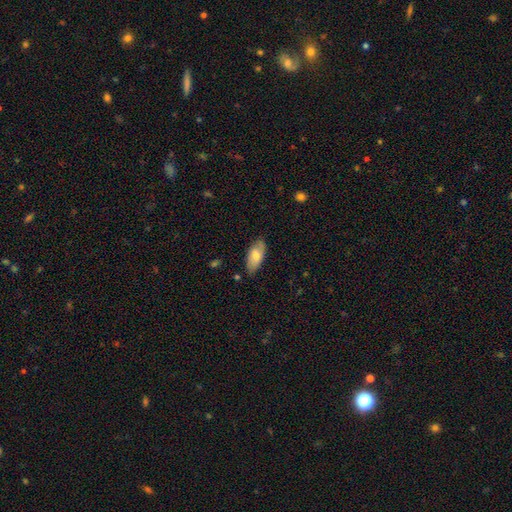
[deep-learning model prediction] The model was most divided on "smooth or featured": smooth: 71%, featured or disk: 23%, star or artifact: 6%. More confident: how rounded — in between (89%); merging — none (77%).